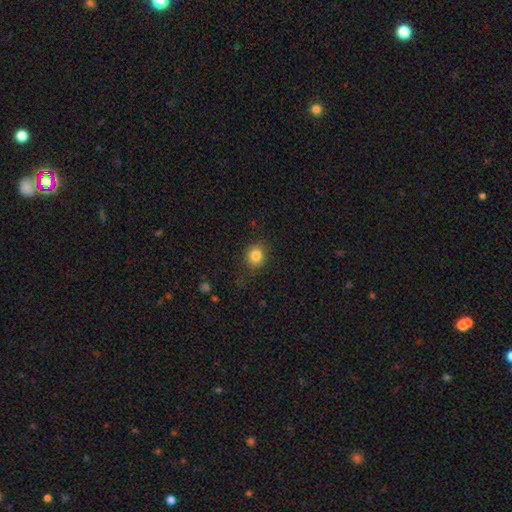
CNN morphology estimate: This appears to be a smooth galaxy with no disk features (83%) that is round (73%). Merging: none (81%).